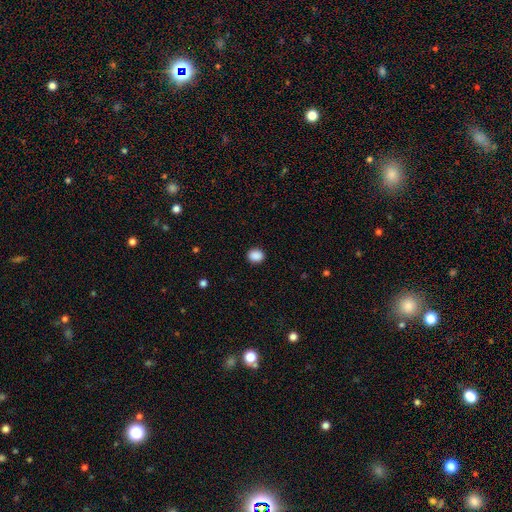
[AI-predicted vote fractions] A smooth galaxy with no disk features (89%) that is round (64%).

Vote fractions:
- Smooth or featured? smooth: 89% / star or artifact: 9% / featured or disk: 2%
- How rounded? round: 64% / in between: 35% / cigar-shaped: 1%
- Merging? none: 90% / minor disturbance: 7% / major disturbance: 2% / merger: 1%